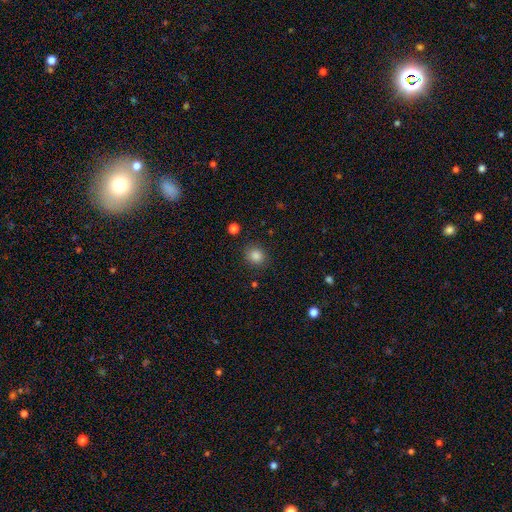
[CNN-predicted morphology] Smooth or featured? Predicted: smooth (p=0.85). How rounded? Predicted: round (p=0.74). Merging? Predicted: none (p=0.86).